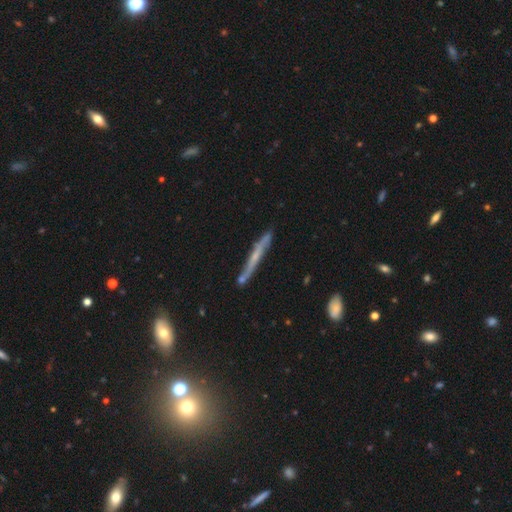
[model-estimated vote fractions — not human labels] This appears to be a featured or disk galaxy (61%) viewed edge-on (92%) with no central bulge (58%). Merging: none (77%).